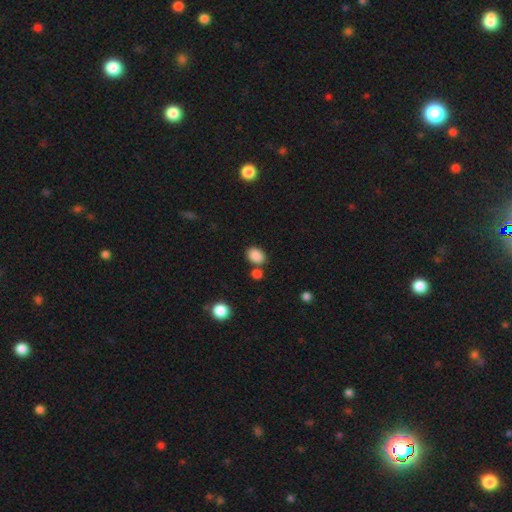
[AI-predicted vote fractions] A smooth galaxy with no disk features (86%) that is in between round and cigar-shaped (70%).

Vote fractions:
- Smooth or featured? smooth: 86% / star or artifact: 10% / featured or disk: 4%
- How rounded? in between: 70% / round: 29% / cigar-shaped: 1%
- Merging? none: 70% / merger: 14% / minor disturbance: 12% / major disturbance: 4%